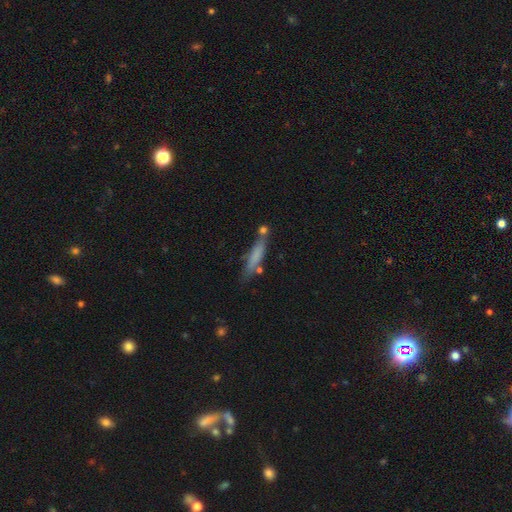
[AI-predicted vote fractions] smooth 67%, featured or disk 24%, star or artifact 8%. Down the decision tree: how rounded — cigar-shaped (86%); merging — none (65%).